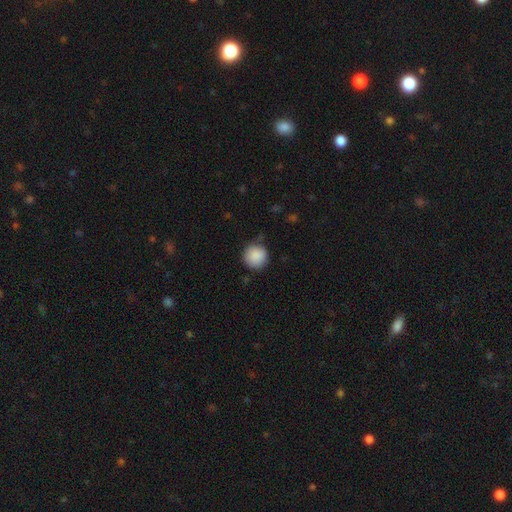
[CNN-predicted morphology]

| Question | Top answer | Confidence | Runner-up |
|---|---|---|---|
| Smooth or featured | smooth | 89% | star or artifact (8%) |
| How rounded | round | 94% | in between (5%) |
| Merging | none | 82% | minor disturbance (14%) |